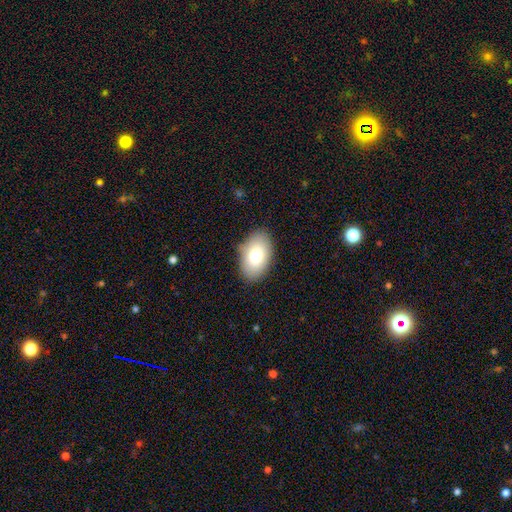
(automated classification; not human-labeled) Morphology: type=smooth (77%); roundness=in between (91%); merging=none (85%).